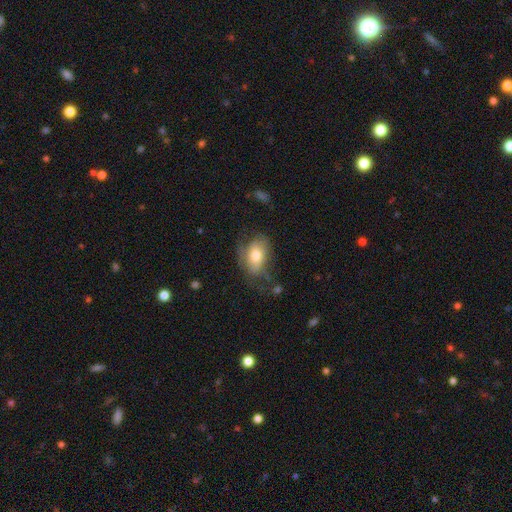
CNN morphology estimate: Smooth or featured: smooth — 61% (featured or disk — 31%)
How rounded: in between — 86% (round — 12%)
Merging: none — 45% (minor disturbance — 29%)